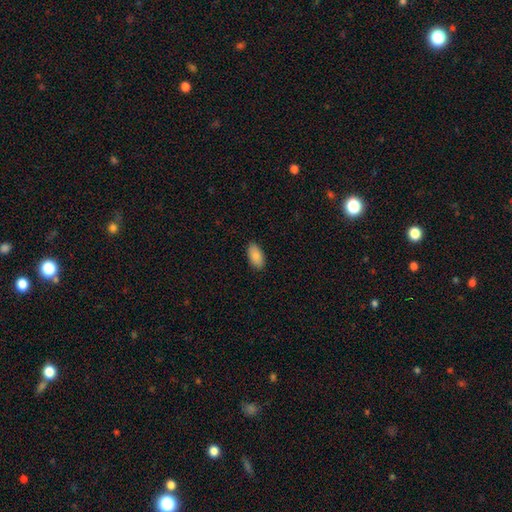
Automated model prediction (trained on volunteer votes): This appears to be a smooth galaxy with no disk features (86%) that is in between round and cigar-shaped (94%). Merging: none (89%).